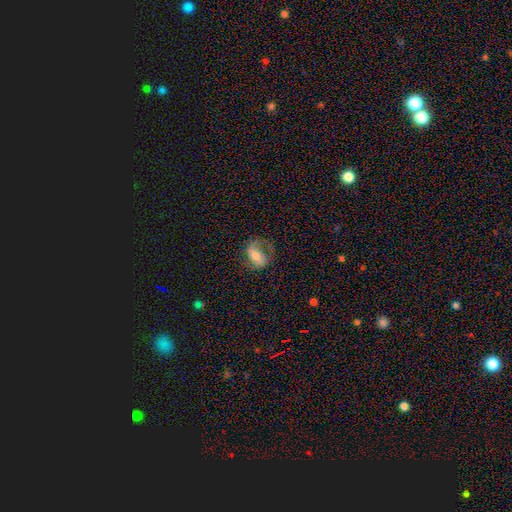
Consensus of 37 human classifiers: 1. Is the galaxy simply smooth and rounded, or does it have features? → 62% featured or disk, 38% smooth, 0% star or artifact.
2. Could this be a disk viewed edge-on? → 100% no, 0% yes.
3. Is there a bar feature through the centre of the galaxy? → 39% weak, 35% strong, 26% no.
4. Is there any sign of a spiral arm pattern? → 91% yes, 9% no.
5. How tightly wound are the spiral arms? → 43% loose, 33% tight, 24% medium.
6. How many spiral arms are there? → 57% 2, 24% 1, 19% can't tell, 0% 3, 0% 4, 0% more than 4.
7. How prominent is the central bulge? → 70% moderate, 17% large, 9% small, 4% none, 0% dominant.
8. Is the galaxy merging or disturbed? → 51% none, 27% minor disturbance, 22% major disturbance, 0% merger.